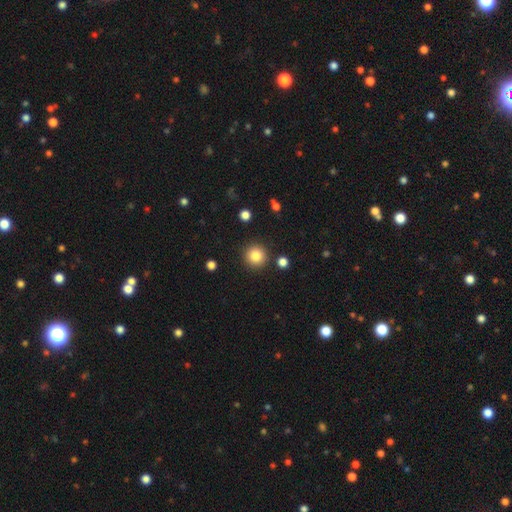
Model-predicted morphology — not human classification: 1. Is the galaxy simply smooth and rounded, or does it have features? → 85% smooth, 10% star or artifact, 5% featured or disk.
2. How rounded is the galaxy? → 94% round, 5% in between, 1% cigar-shaped.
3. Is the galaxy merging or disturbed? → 90% none, 6% minor disturbance, 2% merger, 2% major disturbance.